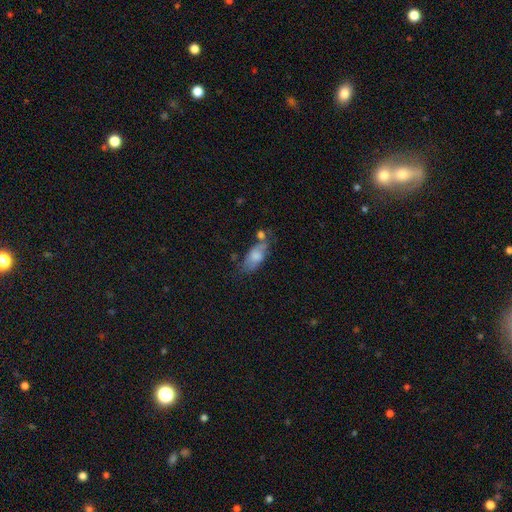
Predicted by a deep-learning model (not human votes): Q: Smooth or featured?
A: smooth (70%); runner-up: featured or disk (22%)
Q: How rounded?
A: in between (84%); runner-up: cigar-shaped (12%)
Q: Merging?
A: none (44%); runner-up: minor disturbance (25%)